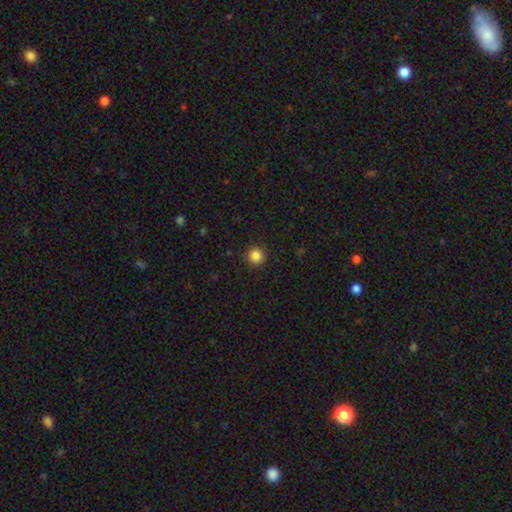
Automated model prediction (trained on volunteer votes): Overall: smooth (85%). How rounded: round (95%). Merging: none (92%).